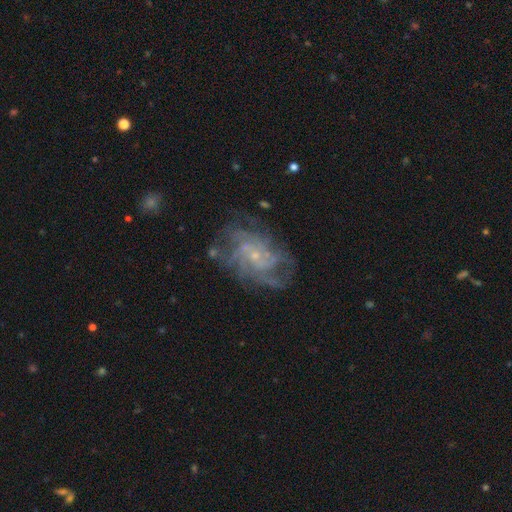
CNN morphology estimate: A featured or disk galaxy (83%) with no bar (69%), tight (50%) spiral arms (93%) and a small central bulge (81%). Merging: none (70%).